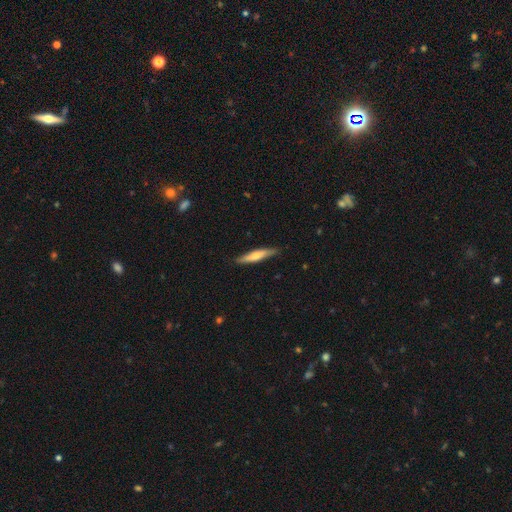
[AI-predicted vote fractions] This appears to be a smooth galaxy with no disk features (50%) that is cigar-shaped (88%). Merging: none (86%).